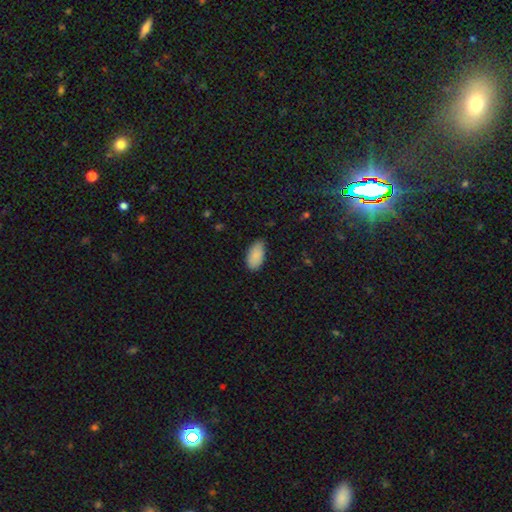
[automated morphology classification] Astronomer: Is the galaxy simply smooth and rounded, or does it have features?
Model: smooth — 88%.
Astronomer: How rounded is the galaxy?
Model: in between — 95%.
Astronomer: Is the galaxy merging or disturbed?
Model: none — 77%.